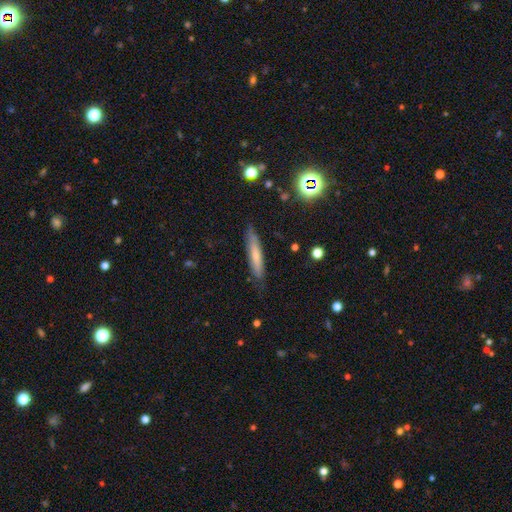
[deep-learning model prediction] Overall: smooth (64%; featured or disk 28%). How rounded: cigar-shaped (89%). Merging: none (81%).